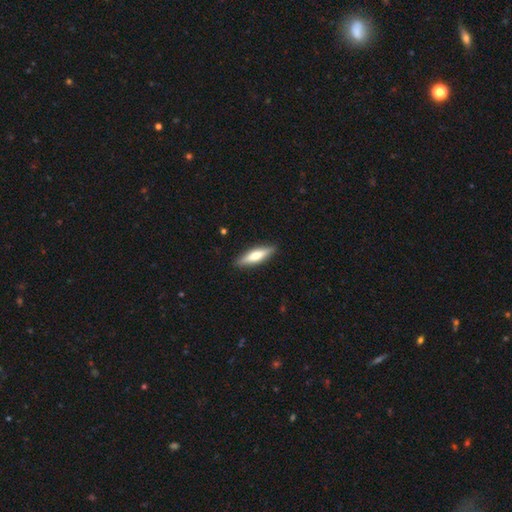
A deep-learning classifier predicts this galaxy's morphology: A smooth galaxy with no disk features (53%) that is cigar-shaped (69%). Merging: none (90%).